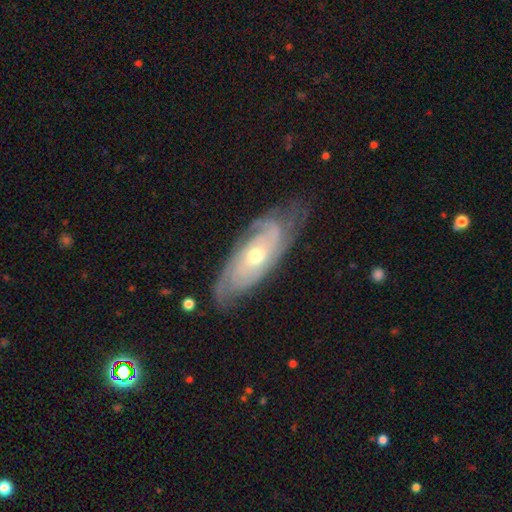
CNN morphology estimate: featured or disk 82%, smooth 12%, star or artifact 5%. Down the decision tree: edge-on disk — no (89%); bar — no (76%); spiral arms — yes (93%); spiral arm count — can't tell (43%); spiral winding — tight (71%); bulge size — moderate (59%); merging — none (70%).